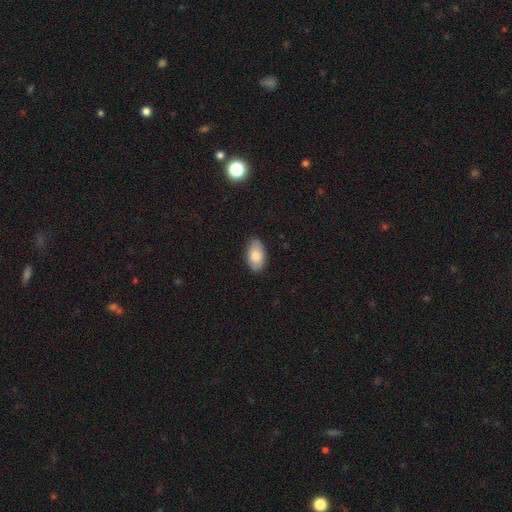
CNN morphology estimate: A smooth galaxy with no disk features (80%) that is in between round and cigar-shaped (94%).

Vote fractions:
- Smooth or featured? smooth: 80% / featured or disk: 14% / star or artifact: 7%
- How rounded? in between: 94% / round: 5% / cigar-shaped: 1%
- Merging? none: 86% / minor disturbance: 11% / major disturbance: 2% / merger: 1%